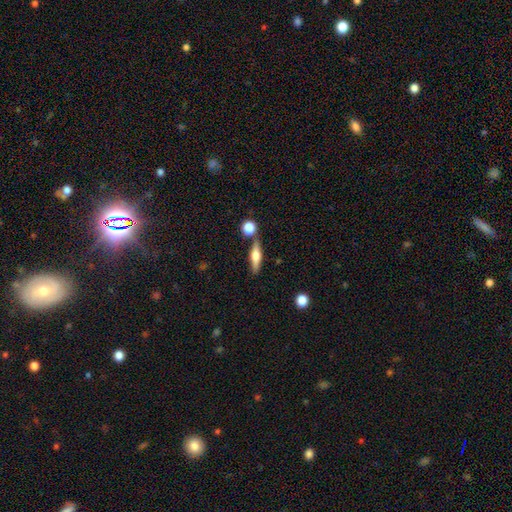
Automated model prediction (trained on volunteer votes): Overall: featured or disk (52%; smooth 41%). Edge-on disk: yes (94%). Merging: none (76%).